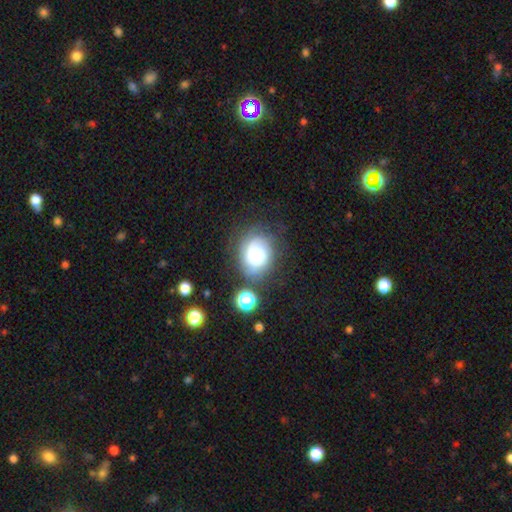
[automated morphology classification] Smooth or featured: featured or disk — 55% (smooth — 33%)
Edge-on disk: no — 97% (yes — 3%)
Bar: no — 75% (weak — 21%)
Spiral arms: yes — 88% (no — 12%)
Bulge size: moderate — 41% (large — 30%)
Merging: none — 65% (minor disturbance — 19%)